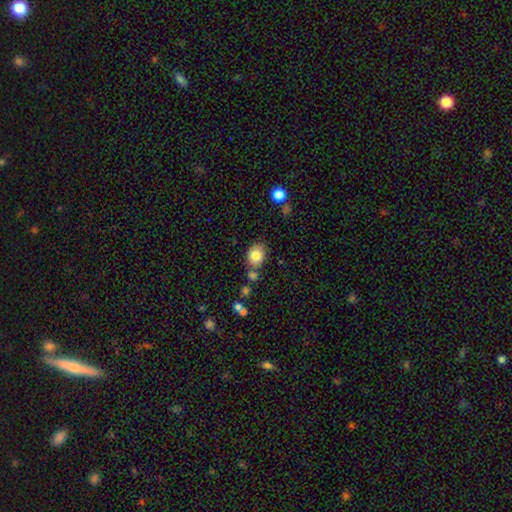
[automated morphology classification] A smooth galaxy with no disk features (81%) that is in between round and cigar-shaped (52%). Merging: none (71%).